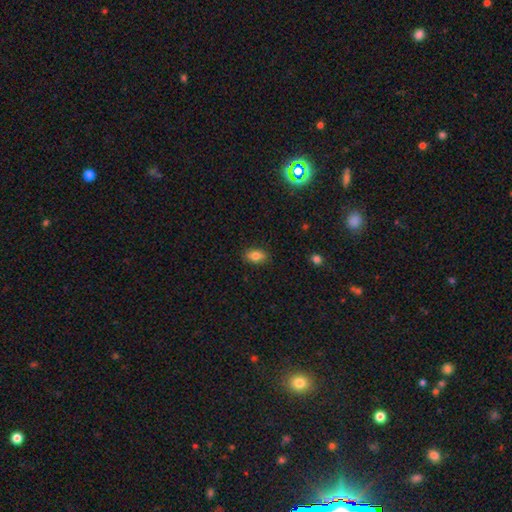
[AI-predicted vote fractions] Smooth or featured: smooth — 82% (featured or disk — 9%)
How rounded: in between — 87% (round — 10%)
Merging: none — 88% (minor disturbance — 9%)